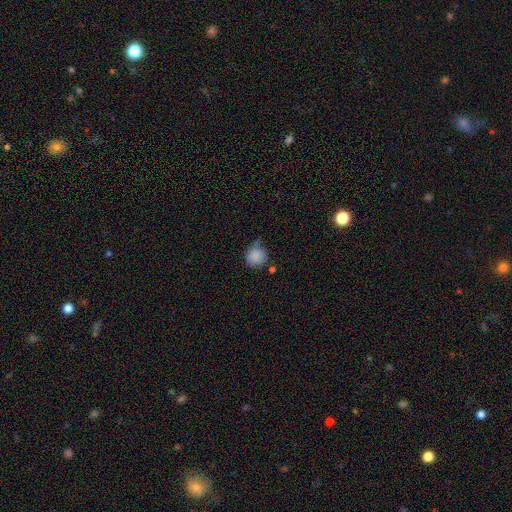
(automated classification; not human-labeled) This is clearly a smooth galaxy (86%). How rounded: clearly round (89%). Merging: likely none (61%).